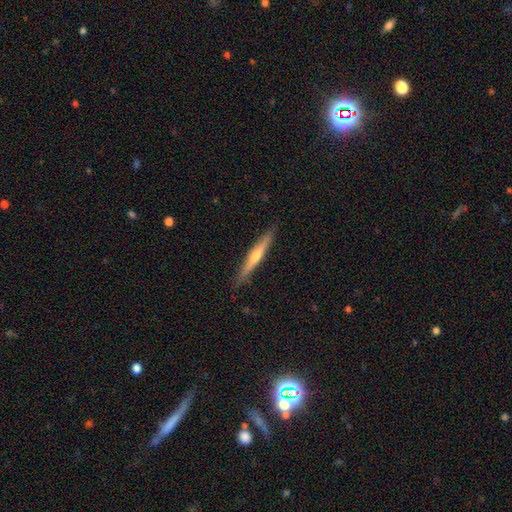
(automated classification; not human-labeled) Smooth or featured: featured or disk — 62% (smooth — 30%)
Edge-on disk: yes — 96% (no — 4%)
Edge-on bulge: rounded — 75% (none — 20%)
Merging: none — 90% (minor disturbance — 8%)